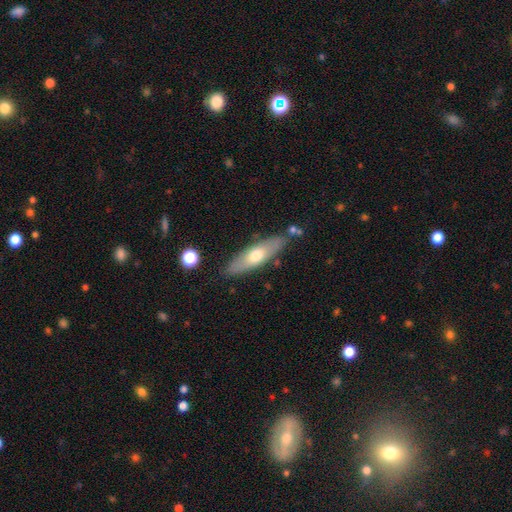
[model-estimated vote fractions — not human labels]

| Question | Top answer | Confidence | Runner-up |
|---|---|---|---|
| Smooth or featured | smooth | 51% | featured or disk (43%) |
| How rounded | cigar-shaped | 62% | in between (36%) |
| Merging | none | 80% | minor disturbance (13%) |